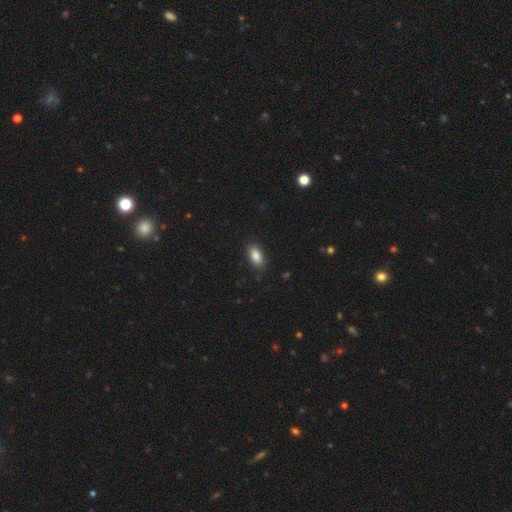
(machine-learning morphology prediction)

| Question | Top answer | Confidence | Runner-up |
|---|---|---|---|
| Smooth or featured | smooth | 87% | star or artifact (8%) |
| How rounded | in between | 90% | cigar-shaped (7%) |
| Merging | none | 86% | minor disturbance (10%) |